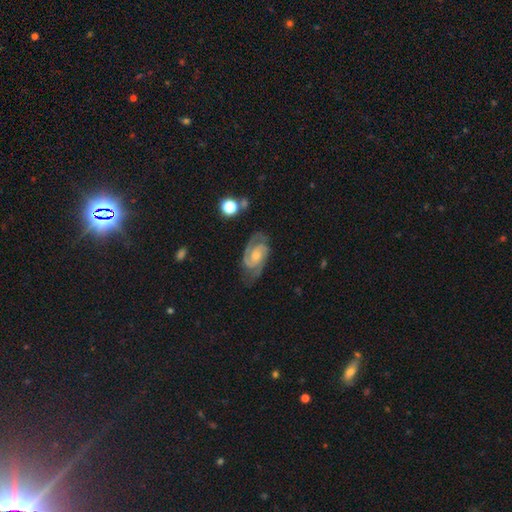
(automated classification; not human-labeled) This appears to be a featured or disk galaxy (87%) with no bar (58%), 2 (83%) tight (46%) spiral arms (97%) and a small central bulge (47%). Merging: none (70%).